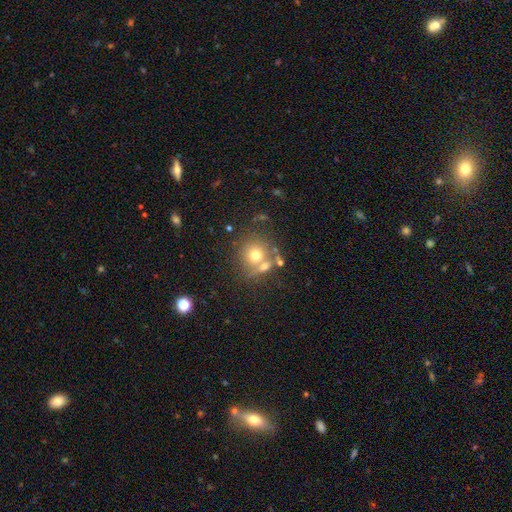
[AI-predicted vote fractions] This appears to be a smooth galaxy with no disk features (68%) that is round (88%). Merging: none (56%).